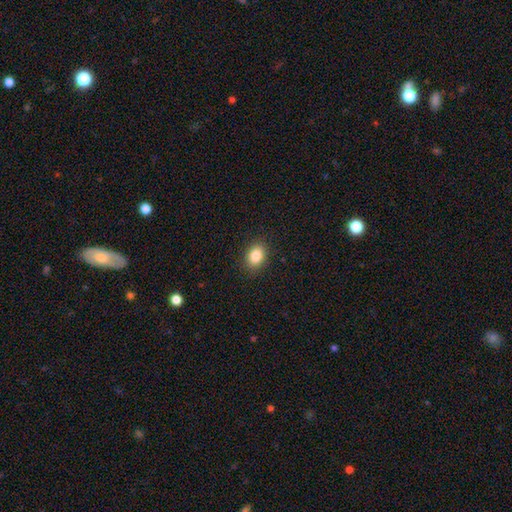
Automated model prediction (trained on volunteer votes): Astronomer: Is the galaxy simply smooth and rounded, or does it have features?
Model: smooth — 86%.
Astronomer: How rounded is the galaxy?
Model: in between — 70%.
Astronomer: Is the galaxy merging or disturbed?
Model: none — 89%.